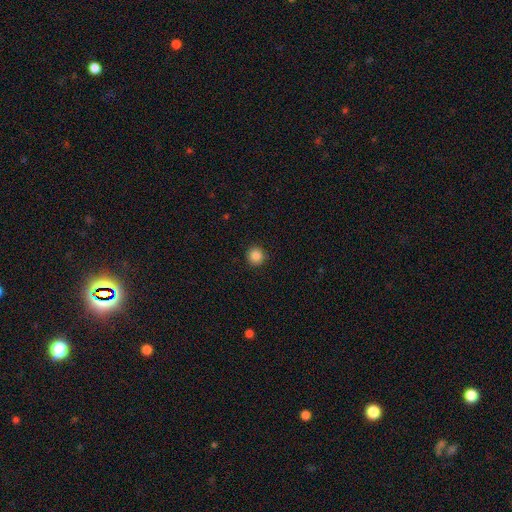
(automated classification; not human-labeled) Smooth or featured: smooth — 86% (star or artifact — 10%)
How rounded: round — 95% (in between — 4%)
Merging: none — 91% (minor disturbance — 6%)